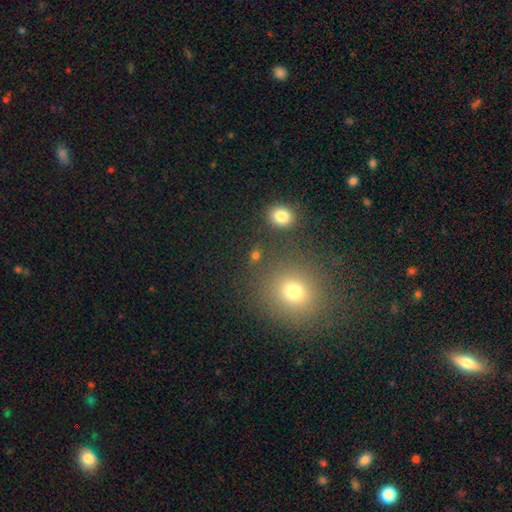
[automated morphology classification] Q: Smooth or featured?
A: smooth (70%); runner-up: star or artifact (22%)
Q: How rounded?
A: round (76%); runner-up: in between (22%)
Q: Merging?
A: none (81%); runner-up: minor disturbance (8%)